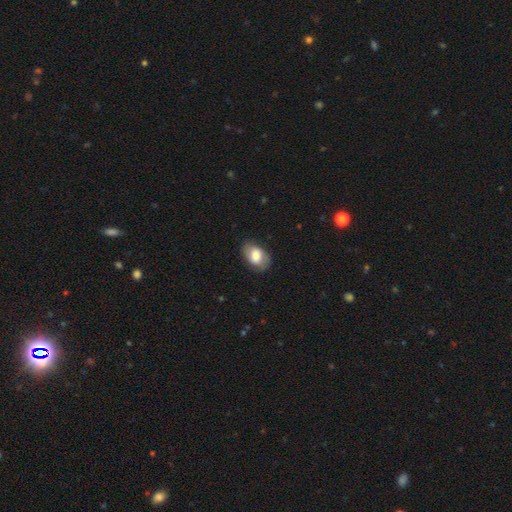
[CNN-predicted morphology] Q: Smooth or featured?
A: smooth (67%); runner-up: featured or disk (26%)
Q: How rounded?
A: in between (88%); runner-up: round (11%)
Q: Merging?
A: none (77%); runner-up: minor disturbance (17%)